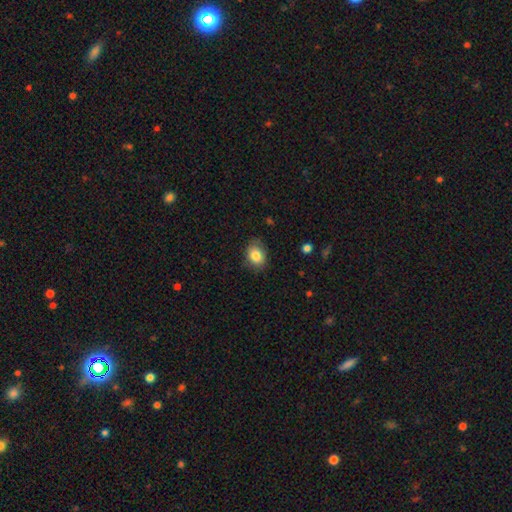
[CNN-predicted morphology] smooth_or_featured: smooth (p=0.84) [alt: star or artifact p=0.08]
how_rounded: in between (p=0.64) [alt: round p=0.35]
merging: none (p=0.78) [alt: minor disturbance p=0.17]